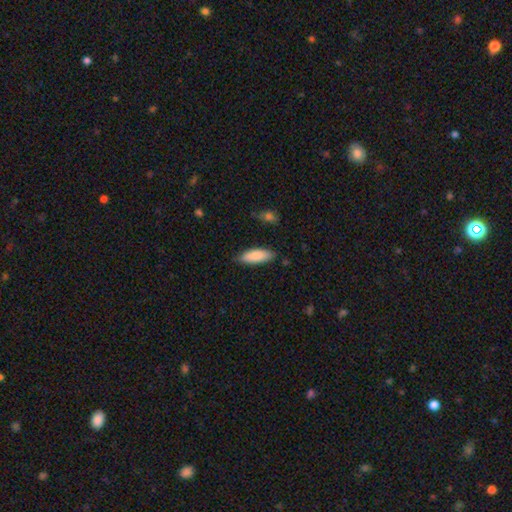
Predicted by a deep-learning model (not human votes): smooth-or-featured: smooth: 84% | featured or disk: 10% | star or artifact: 6%
  how-rounded: in between: 65% | cigar-shaped: 34% | round: 2%
  merging: none: 82% | minor disturbance: 14% | major disturbance: 2% | merger: 2%